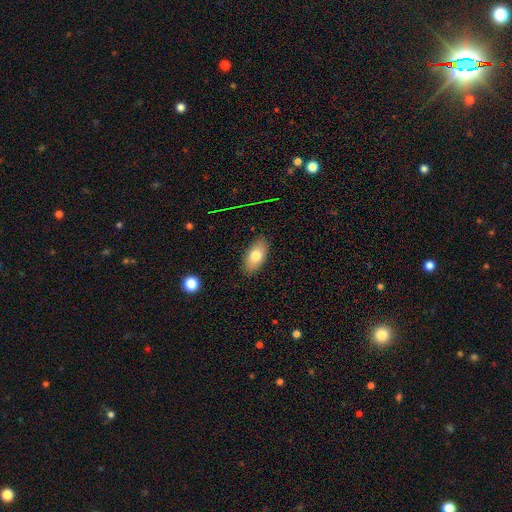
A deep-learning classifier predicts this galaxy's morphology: Smooth or featured: smooth — 77% (featured or disk — 15%)
How rounded: in between — 92% (round — 4%)
Merging: none — 87% (minor disturbance — 10%)